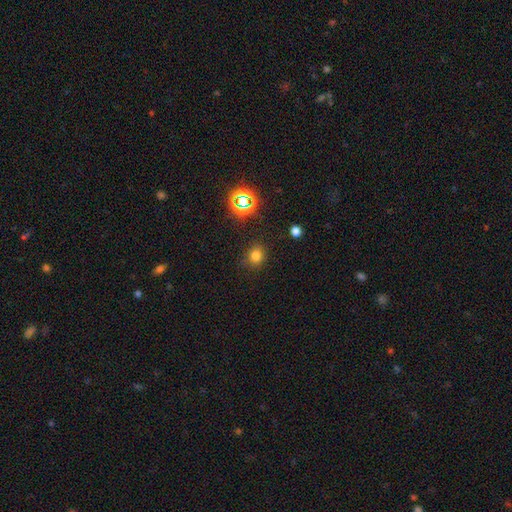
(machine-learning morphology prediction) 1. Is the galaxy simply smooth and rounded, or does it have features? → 73% smooth, 20% star or artifact, 6% featured or disk.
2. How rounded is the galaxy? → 73% round, 26% in between, 1% cigar-shaped.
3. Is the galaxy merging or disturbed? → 80% none, 14% minor disturbance, 4% major disturbance, 2% merger.